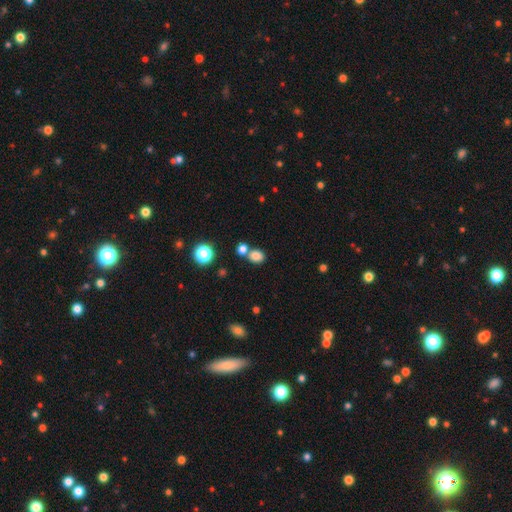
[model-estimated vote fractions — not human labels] Q: Smooth or featured?
A: smooth (81%); runner-up: star or artifact (13%)
Q: How rounded?
A: round (53%); runner-up: in between (46%)
Q: Merging?
A: none (59%); runner-up: merger (27%)